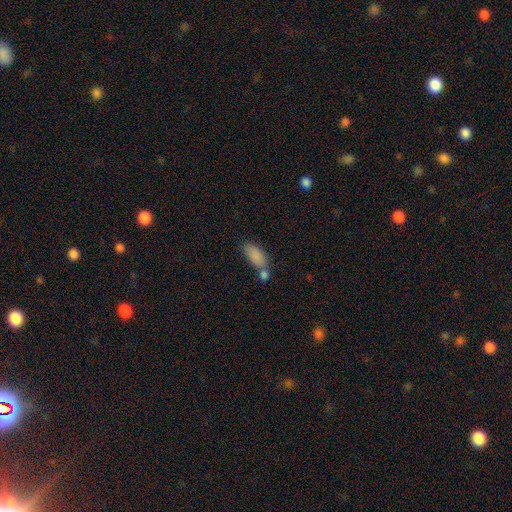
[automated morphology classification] Overall: smooth (85%). How rounded: in between (85%). Merging: none (45%; merger 35%).